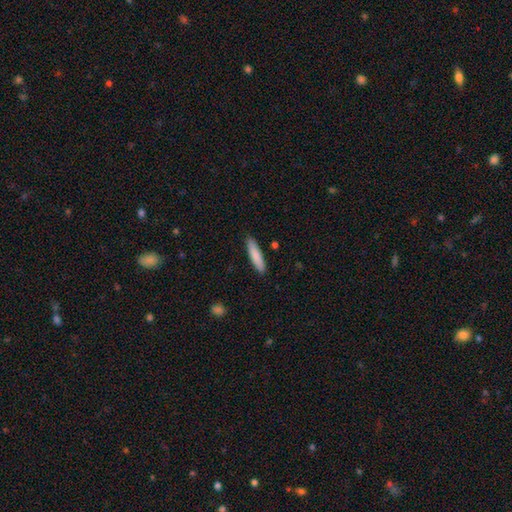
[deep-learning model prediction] A smooth galaxy with no disk features (84%) that is cigar-shaped (80%). Merging: none (87%).